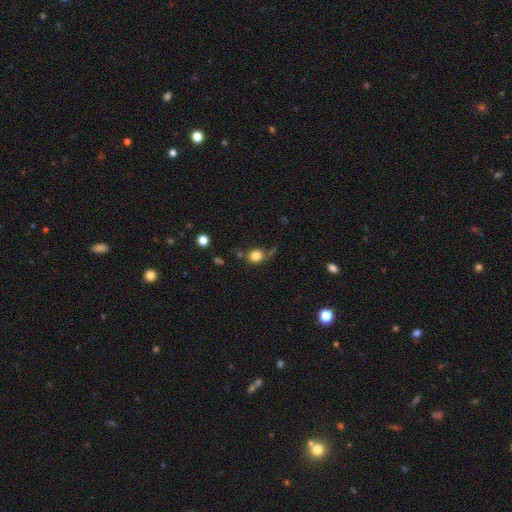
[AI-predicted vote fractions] Q: Smooth or featured?
A: smooth (78%); runner-up: featured or disk (12%)
Q: How rounded?
A: round (75%); runner-up: in between (24%)
Q: Merging?
A: none (48%); runner-up: minor disturbance (23%)